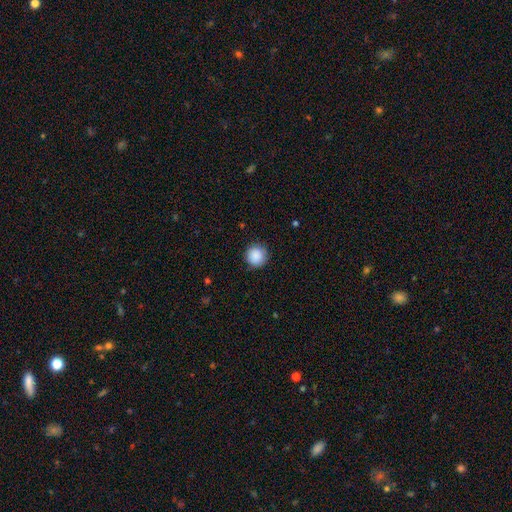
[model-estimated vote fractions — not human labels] A smooth galaxy with no disk features (89%) that is round (95%). Merging: none (87%).